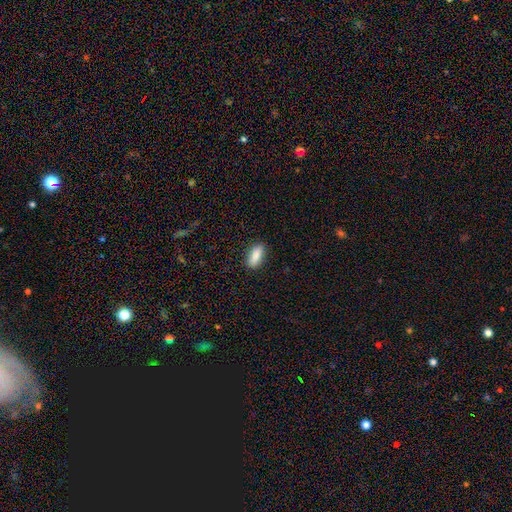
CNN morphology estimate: smooth_or_featured: smooth (p=0.88) [alt: star or artifact p=0.07]
how_rounded: in between (p=0.78) [alt: cigar-shaped p=0.19]
merging: none (p=0.88) [alt: minor disturbance p=0.09]